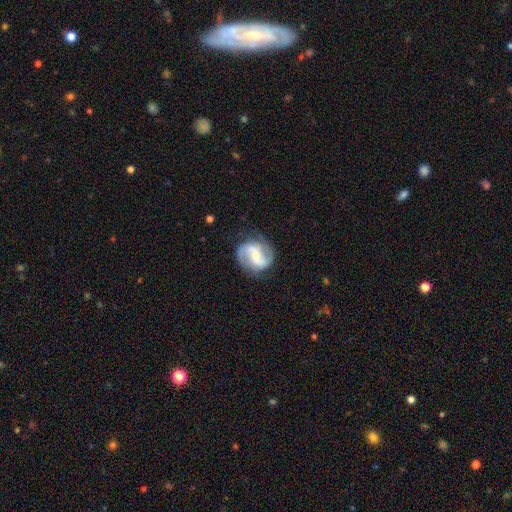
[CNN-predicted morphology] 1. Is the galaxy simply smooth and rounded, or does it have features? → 83% featured or disk, 12% smooth, 5% star or artifact.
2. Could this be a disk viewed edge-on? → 98% no, 2% yes.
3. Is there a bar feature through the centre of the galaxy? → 46% weak, 36% strong, 18% no.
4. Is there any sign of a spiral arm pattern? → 95% yes, 5% no.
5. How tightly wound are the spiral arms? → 47% medium, 33% loose, 20% tight.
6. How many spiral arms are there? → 90% 2, 4% can't tell, 2% 1, 2% 3, 1% 4, 1% more than 4.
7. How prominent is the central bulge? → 47% small, 40% moderate, 7% none, 5% large, 1% dominant.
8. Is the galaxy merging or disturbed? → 76% none, 16% minor disturbance, 7% major disturbance, 1% merger.